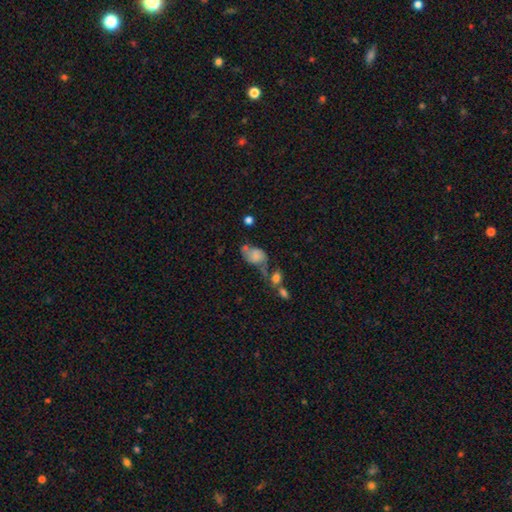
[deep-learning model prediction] Smooth or featured: smooth — 58% (featured or disk — 31%)
How rounded: in between — 79% (round — 19%)
Merging: none — 33% (minor disturbance — 26%)